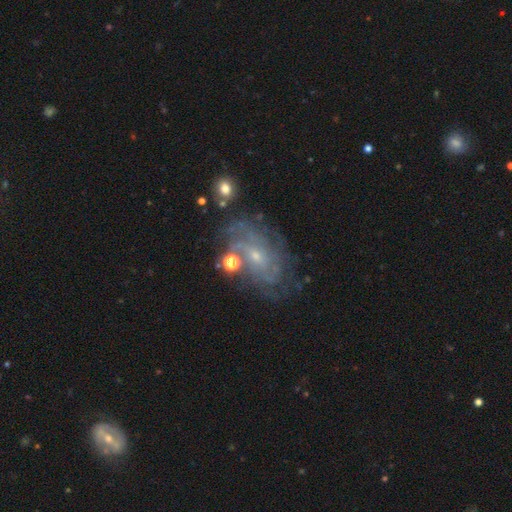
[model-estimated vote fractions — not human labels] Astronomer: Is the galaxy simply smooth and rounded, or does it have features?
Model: featured or disk — 80%.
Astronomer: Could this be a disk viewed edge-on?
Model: no — 96%.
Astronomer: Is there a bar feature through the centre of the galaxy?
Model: no — 62%.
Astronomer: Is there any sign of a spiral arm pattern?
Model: yes — 92%.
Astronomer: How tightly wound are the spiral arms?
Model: tight — 64%.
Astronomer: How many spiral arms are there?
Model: can't tell — 44%.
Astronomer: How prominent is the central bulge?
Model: small — 73%.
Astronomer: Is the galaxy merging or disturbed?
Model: none — 69%.